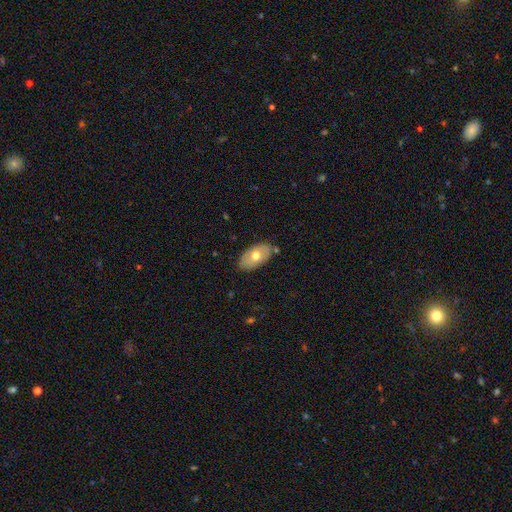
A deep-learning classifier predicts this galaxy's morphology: Smooth or featured: smooth — 60% (featured or disk — 34%)
How rounded: in between — 93% (round — 5%)
Merging: none — 80% (minor disturbance — 14%)